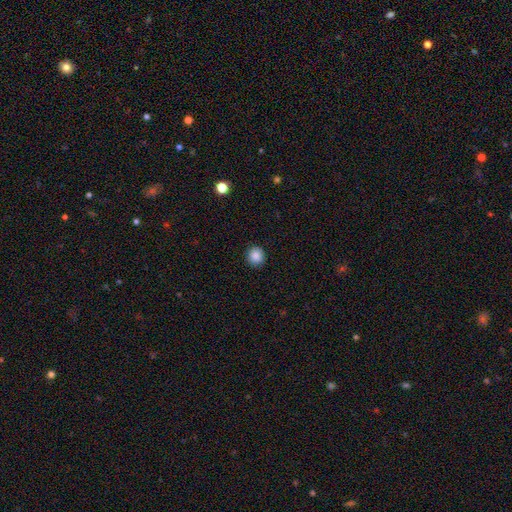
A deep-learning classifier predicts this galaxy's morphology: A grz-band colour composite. It shows a smooth galaxy with no disk features (87%) that is round (92%). Merging: none (92%).